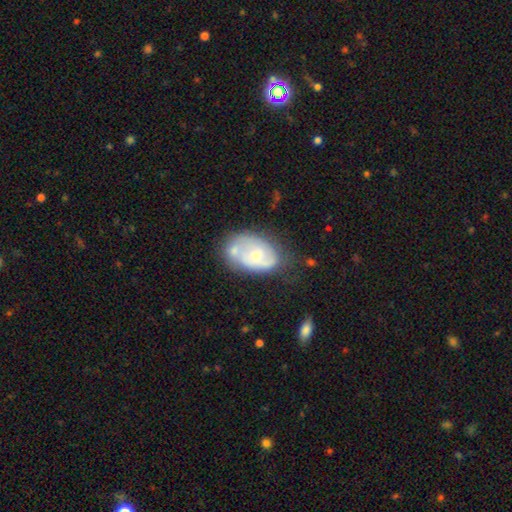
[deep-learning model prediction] Smooth or featured: featured or disk — 57% (smooth — 37%)
Edge-on disk: no — 95% (yes — 5%)
Bar: no — 79% (weak — 18%)
Spiral arms: yes — 53% (no — 47%)
Bulge size: small — 53% (moderate — 42%)
Merging: none — 39% (merger — 26%)